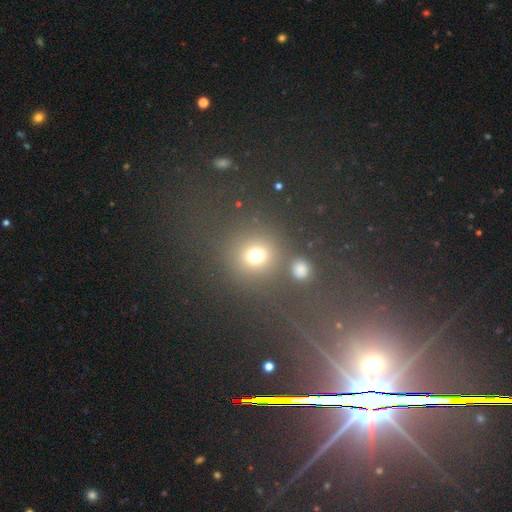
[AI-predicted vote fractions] Smooth or featured?
  - smooth: 69% *
  - star or artifact: 22%
  - featured or disk: 9%
How rounded?
  - round: 87% *
  - in between: 12%
  - cigar-shaped: 1%
Merging?
  - none: 69% *
  - merger: 15%
  - minor disturbance: 9%
  - major disturbance: 7%